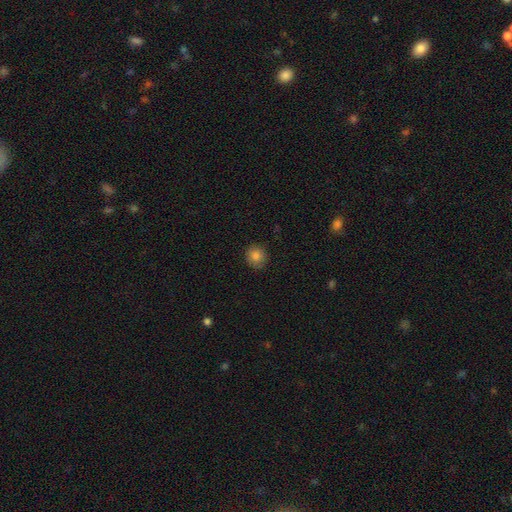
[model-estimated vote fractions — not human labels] Morphology: type=smooth (84%); roundness=round (90%); merging=none (89%).